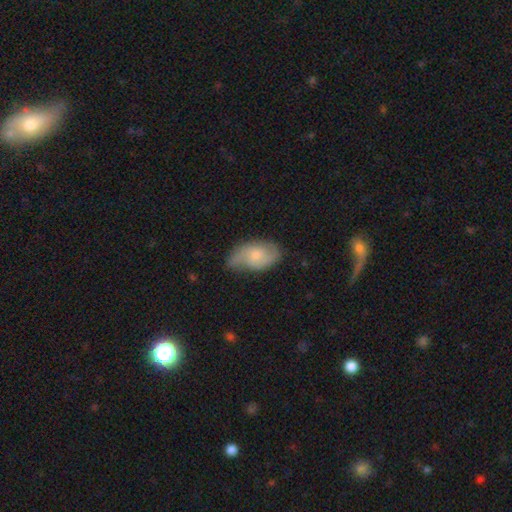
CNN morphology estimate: This is possibly a featured or disk galaxy (47%). Merging: possibly none (57%).